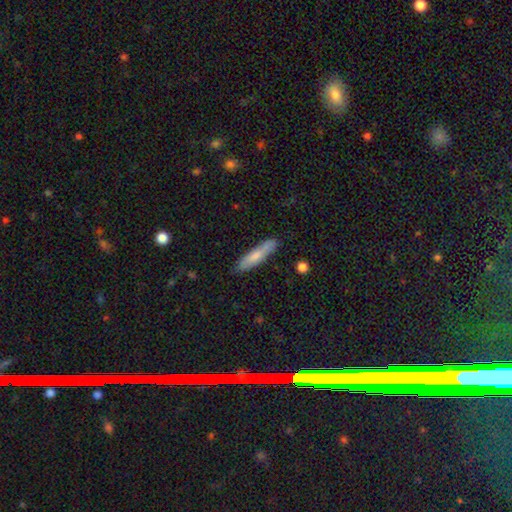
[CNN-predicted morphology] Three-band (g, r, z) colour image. It shows a smooth galaxy with no disk features (72%) that is cigar-shaped (81%). Merging: none (81%).